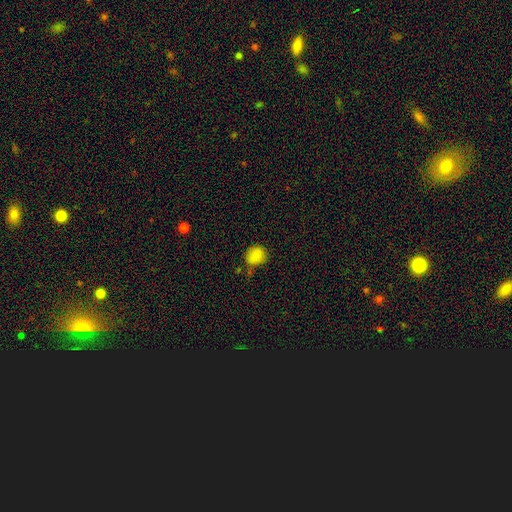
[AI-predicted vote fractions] Morphology: type=smooth (86%); roundness=round (78%); merging=none (71%).